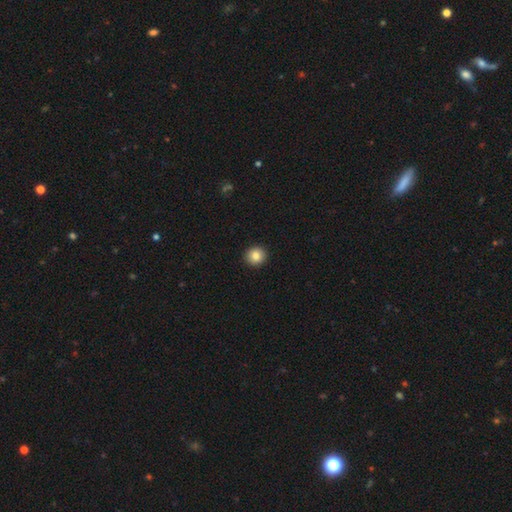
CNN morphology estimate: This appears to be a smooth galaxy with no disk features (84%) that is round (91%). Merging: none (93%).